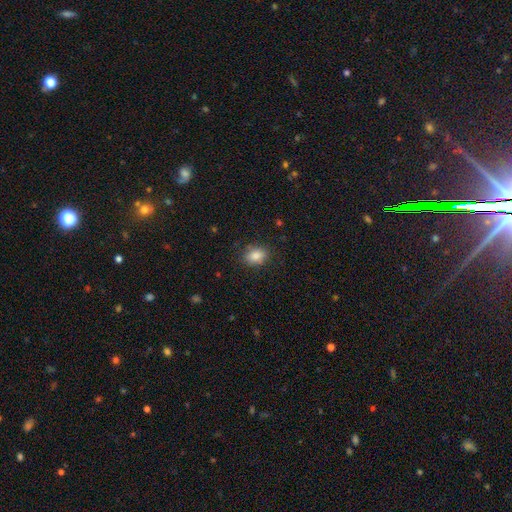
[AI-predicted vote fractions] The model was most divided on "how rounded": in between: 68%, round: 31%, cigar-shaped: 1%. More confident: smooth or featured — smooth (85%); merging — none (82%).